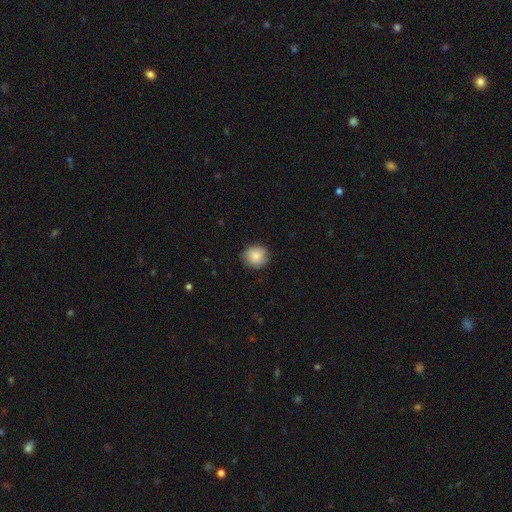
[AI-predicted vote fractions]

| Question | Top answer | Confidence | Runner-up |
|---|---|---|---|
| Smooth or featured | smooth | 82% | featured or disk (10%) |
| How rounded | round | 88% | in between (11%) |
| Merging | none | 83% | minor disturbance (14%) |